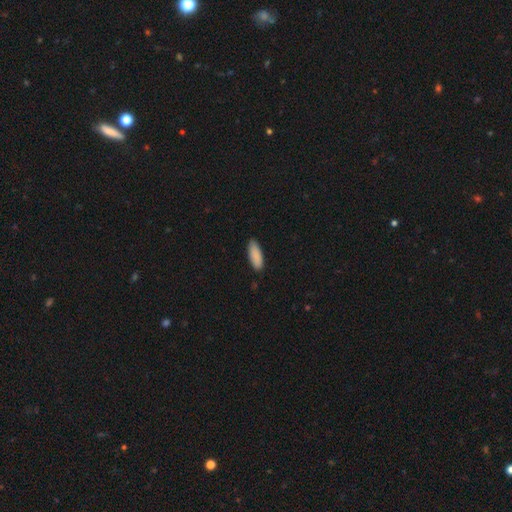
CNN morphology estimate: A smooth galaxy with no disk features (90%) that is in between round and cigar-shaped (64%). Merging: none (87%).